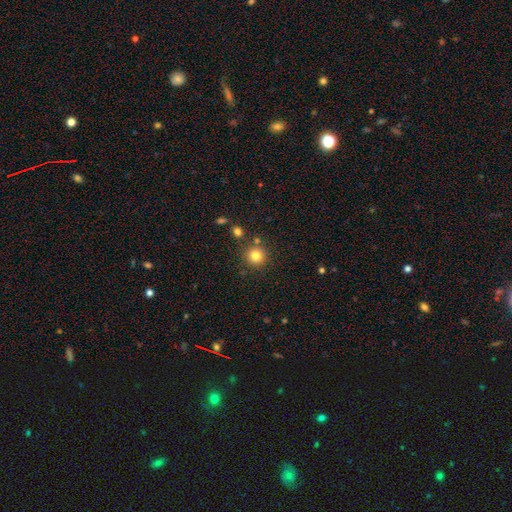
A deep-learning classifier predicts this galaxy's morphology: Overall: smooth (81%). How rounded: round (94%). Merging: none (83%).